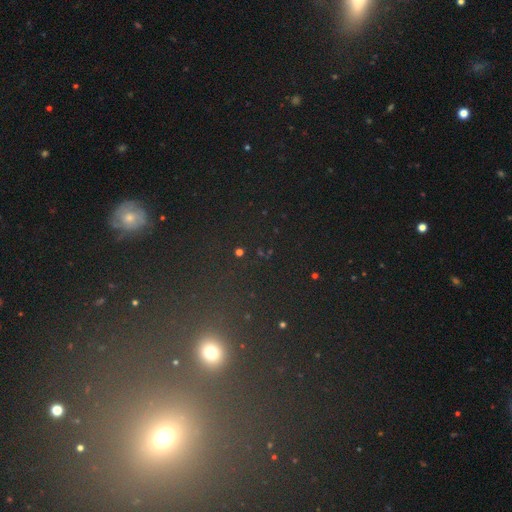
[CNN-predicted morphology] Smooth or featured: star or artifact — 60% (smooth — 30%)